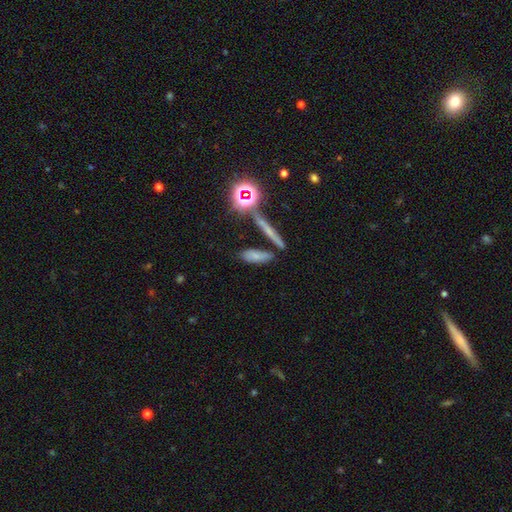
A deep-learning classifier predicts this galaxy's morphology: A smooth galaxy with no disk features (66%) that is cigar-shaped (50%).

Vote fractions:
- Smooth or featured? smooth: 66% / star or artifact: 17% / featured or disk: 17%
- How rounded? cigar-shaped: 50% / in between: 45% / round: 6%
- Merging? none: 64% / merger: 16% / minor disturbance: 14% / major disturbance: 6%